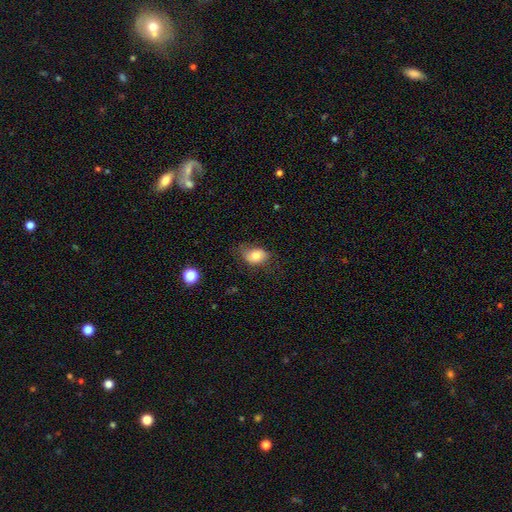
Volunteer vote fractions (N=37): Volunteers were most divided on "merging": none: 62%, minor disturbance: 29%, major disturbance: 9%, merger: 0%. More confident: smooth or featured — smooth (84%); how rounded — in between (77%).